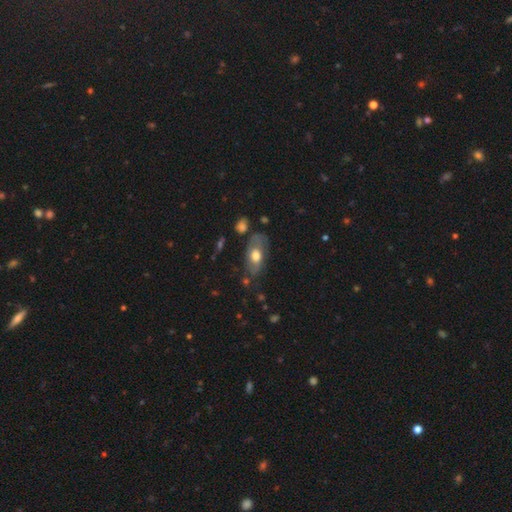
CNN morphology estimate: Smooth or featured: smooth — 52% (featured or disk — 41%)
How rounded: in between — 87% (round — 7%)
Merging: none — 59% (minor disturbance — 25%)